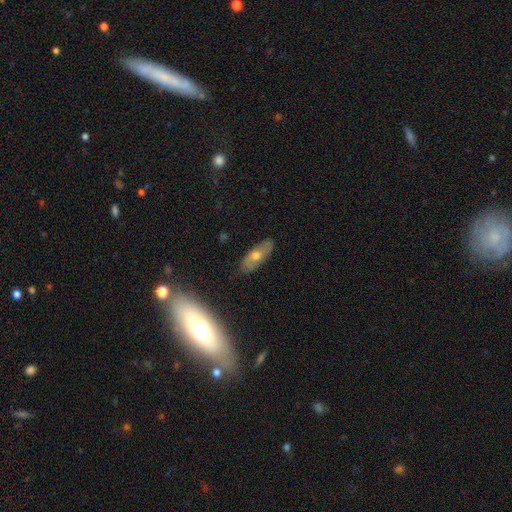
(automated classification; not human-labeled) Smooth or featured: smooth — 46% (featured or disk — 44%)
Merging: none — 82% (minor disturbance — 13%)